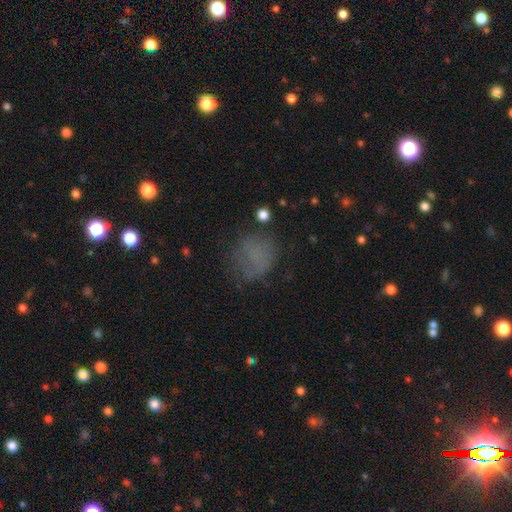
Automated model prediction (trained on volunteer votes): This is likely a smooth galaxy (63%). How rounded: likely round (65%). Merging: possibly none (59%).